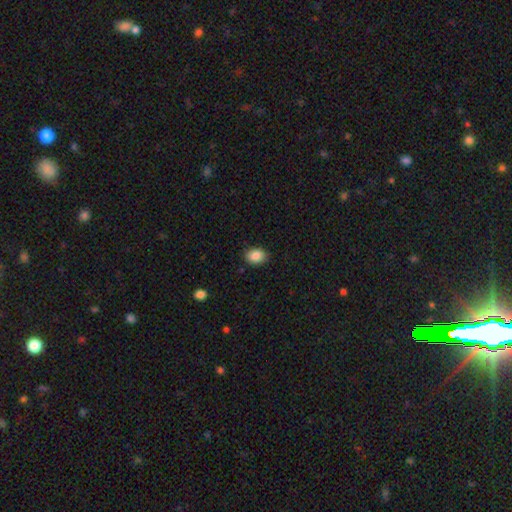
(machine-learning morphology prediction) A smooth galaxy with no disk features (88%) that is in between round and cigar-shaped (72%). Merging: none (87%).